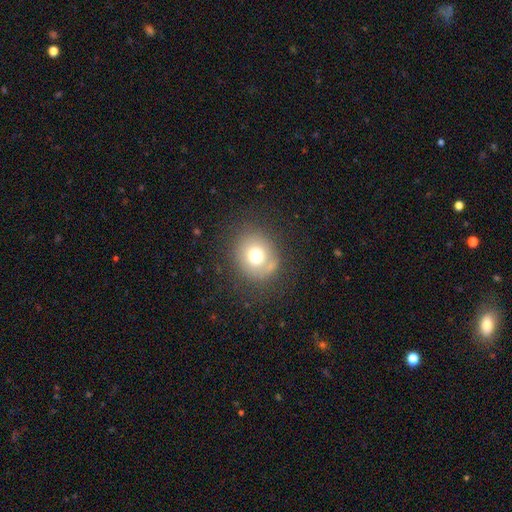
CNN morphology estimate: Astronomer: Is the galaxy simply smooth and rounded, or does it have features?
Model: smooth — 70%.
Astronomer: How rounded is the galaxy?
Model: round — 83%.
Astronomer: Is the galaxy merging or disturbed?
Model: none — 78%.